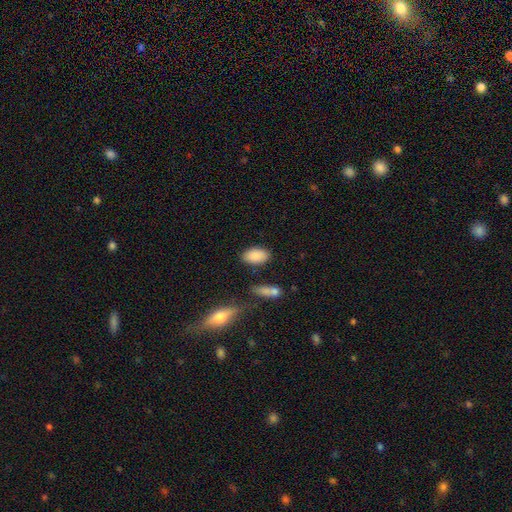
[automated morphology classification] Smooth or featured: smooth — 88% (star or artifact — 7%)
How rounded: in between — 93% (round — 5%)
Merging: none — 82% (minor disturbance — 11%)